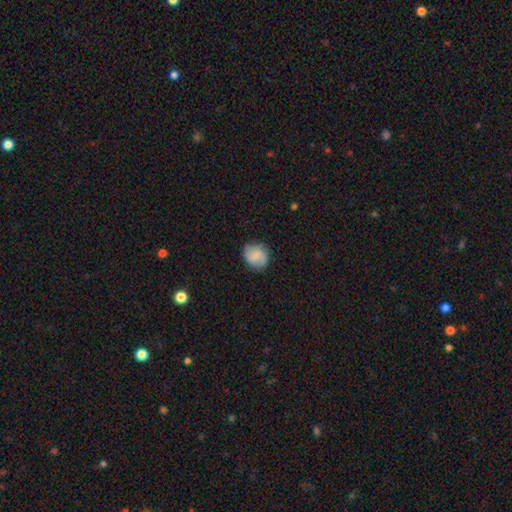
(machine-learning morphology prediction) A smooth galaxy with no disk features (64%) that is round (77%).

Vote fractions:
- Smooth or featured? smooth: 64% / featured or disk: 29% / star or artifact: 8%
- How rounded? round: 77% / in between: 22% / cigar-shaped: 1%
- Merging? none: 78% / minor disturbance: 16% / major disturbance: 4% / merger: 1%